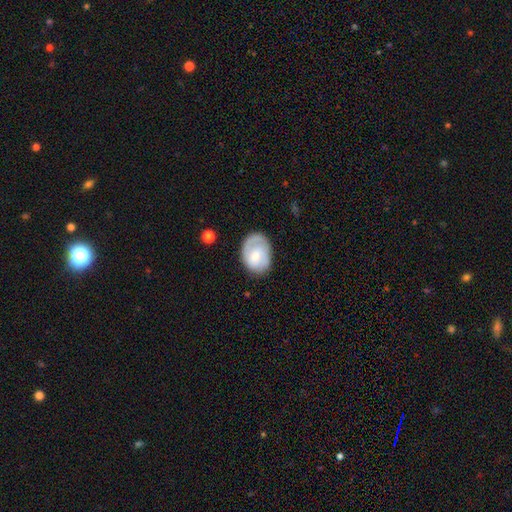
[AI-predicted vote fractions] Q: Smooth or featured?
A: featured or disk (52%); runner-up: smooth (41%)
Q: Edge-on disk?
A: no (96%); runner-up: yes (4%)
Q: Bar?
A: no (51%); runner-up: weak (40%)
Q: Spiral arms?
A: yes (77%); runner-up: no (23%)
Q: Bulge size?
A: small (52%); runner-up: moderate (41%)
Q: Merging?
A: none (66%); runner-up: minor disturbance (23%)